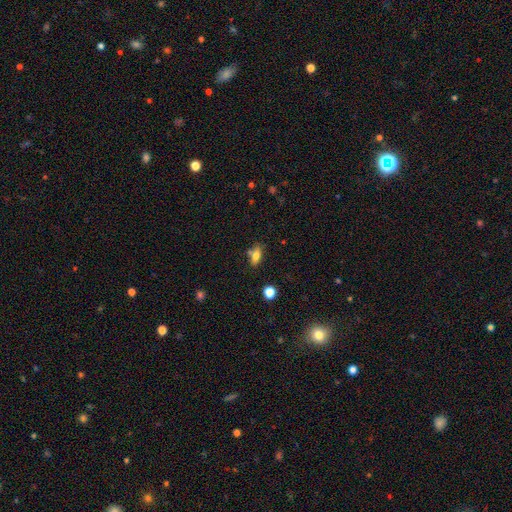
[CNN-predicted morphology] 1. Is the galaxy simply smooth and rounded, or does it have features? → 72% smooth, 18% featured or disk, 10% star or artifact.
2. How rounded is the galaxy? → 78% in between, 15% cigar-shaped, 6% round.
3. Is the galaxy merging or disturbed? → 67% none, 15% minor disturbance, 14% merger, 4% major disturbance.